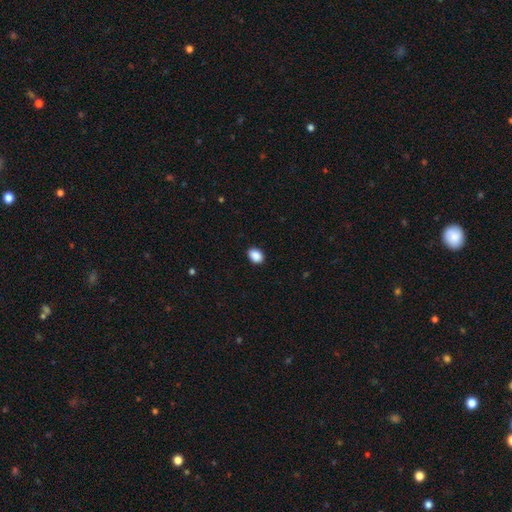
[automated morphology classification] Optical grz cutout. It shows a smooth galaxy with no disk features (90%) that is in between round and cigar-shaped (75%). Merging: none (90%).